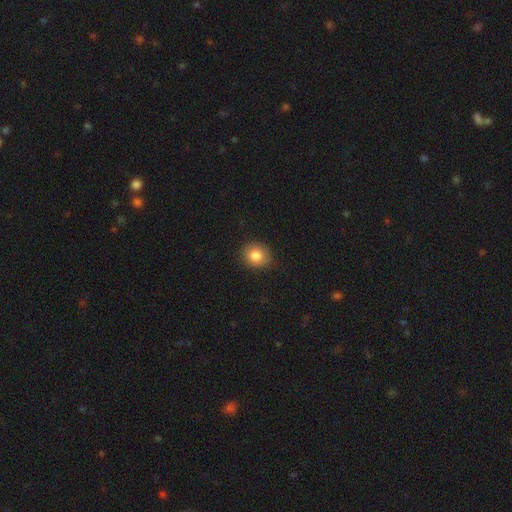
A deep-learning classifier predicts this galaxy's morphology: The model was most divided on "how rounded": round: 75%, in between: 24%, cigar-shaped: 1%. More confident: merging — none (85%); smooth or featured — smooth (83%).